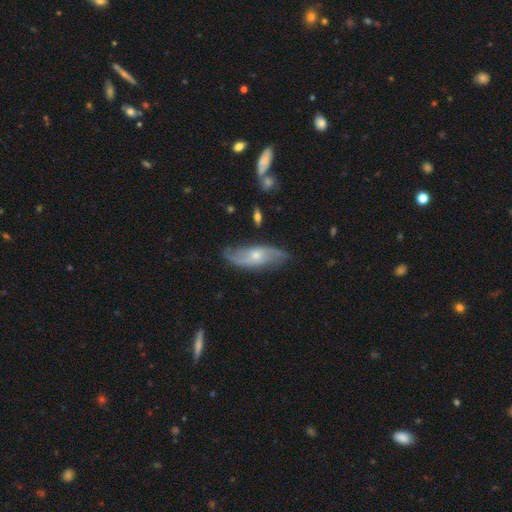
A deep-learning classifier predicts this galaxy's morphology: This appears to be a featured or disk galaxy (72%) with no bar (66%), 2 (85%) loose (58%) spiral arms (90%) and a small central bulge (59%). Merging: none (75%).